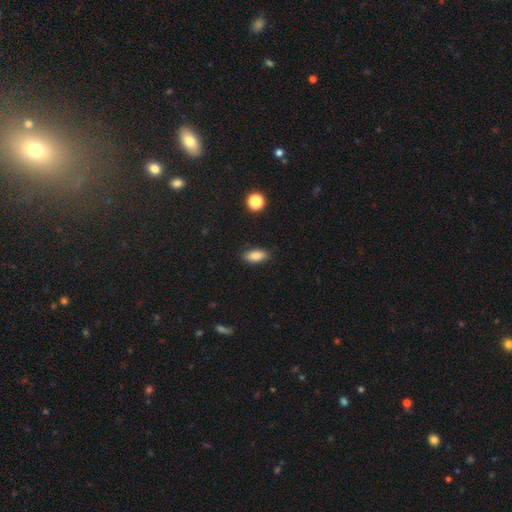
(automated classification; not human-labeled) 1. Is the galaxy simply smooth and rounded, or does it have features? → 85% smooth, 8% star or artifact, 7% featured or disk.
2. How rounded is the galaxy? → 86% in between, 11% cigar-shaped, 4% round.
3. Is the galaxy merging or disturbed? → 87% none, 10% minor disturbance, 2% major disturbance, 1% merger.